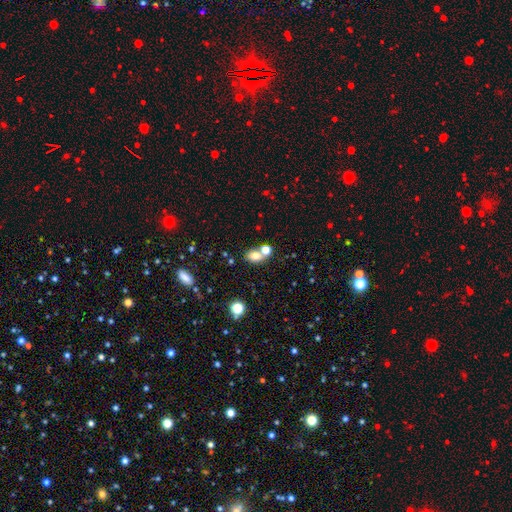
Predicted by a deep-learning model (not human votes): Smooth or featured: smooth — 76% (star or artifact — 13%)
How rounded: in between — 73% (round — 26%)
Merging: none — 50% (merger — 36%)